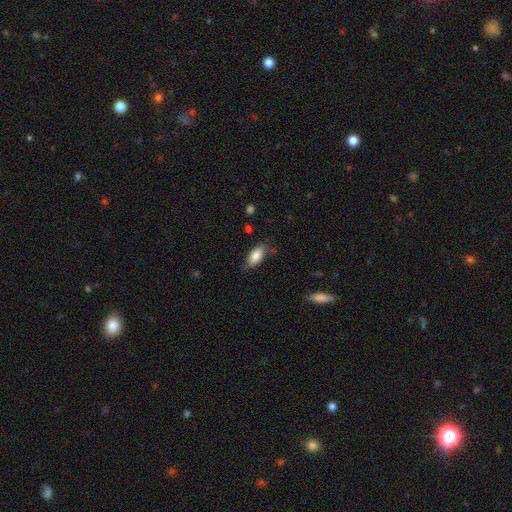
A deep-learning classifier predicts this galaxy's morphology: smooth 82%, featured or disk 11%, star or artifact 7%. Down the decision tree: how rounded — in between (88%); merging — none (70%).